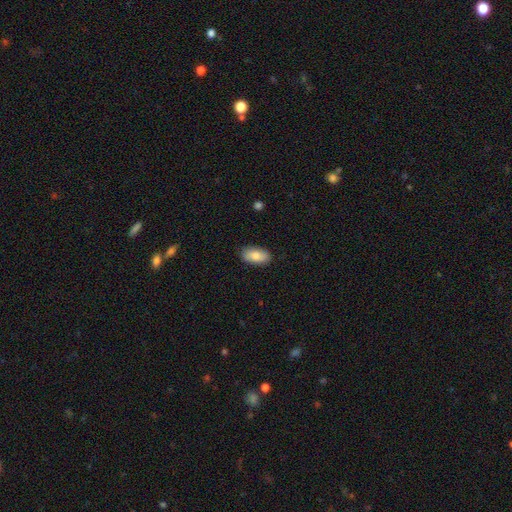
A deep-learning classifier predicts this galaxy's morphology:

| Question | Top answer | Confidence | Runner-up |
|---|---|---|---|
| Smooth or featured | smooth | 81% | featured or disk (13%) |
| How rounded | in between | 92% | cigar-shaped (5%) |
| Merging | none | 87% | minor disturbance (10%) |